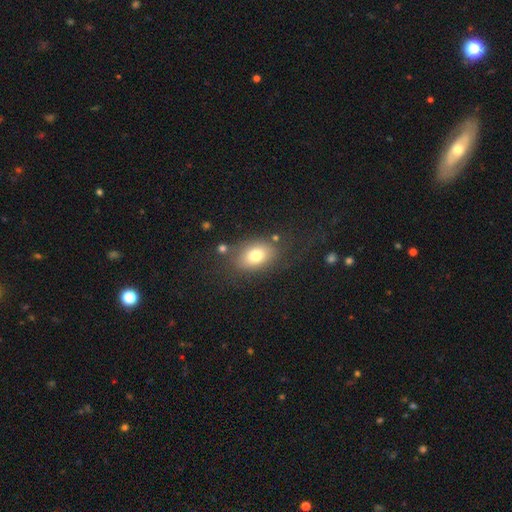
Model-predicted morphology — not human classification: The model was most divided on "merging": none: 71%, minor disturbance: 15%, major disturbance: 9%, merger: 5%. More confident: how rounded — in between (79%); smooth or featured — smooth (77%).